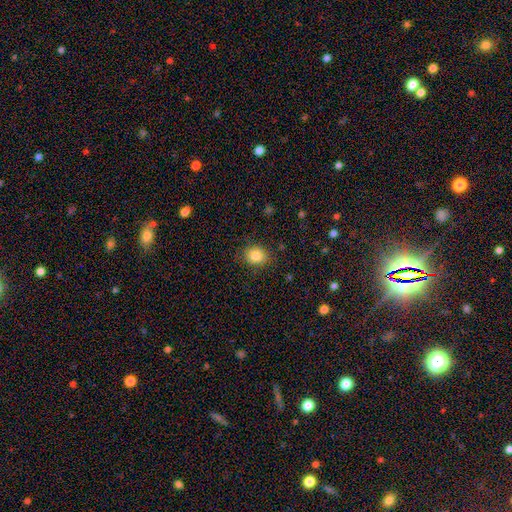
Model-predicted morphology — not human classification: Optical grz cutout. It shows a smooth galaxy with no disk features (84%) that is round (62%). Merging: none (86%).